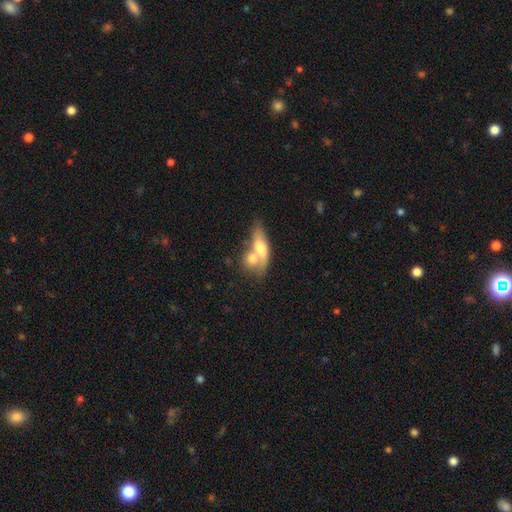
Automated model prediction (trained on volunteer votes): Smooth or featured? Predicted: smooth (p=0.56). How rounded? Predicted: in between (p=0.61). Merging? Predicted: merger (p=0.61).